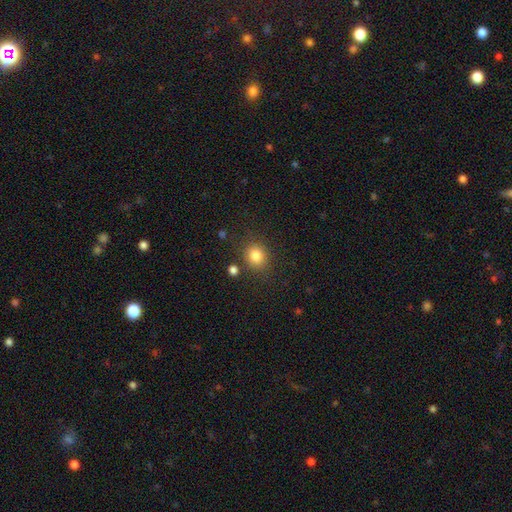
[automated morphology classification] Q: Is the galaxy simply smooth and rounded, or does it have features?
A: smooth — 83%.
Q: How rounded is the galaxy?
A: round — 76%.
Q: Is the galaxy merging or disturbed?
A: none — 80%.